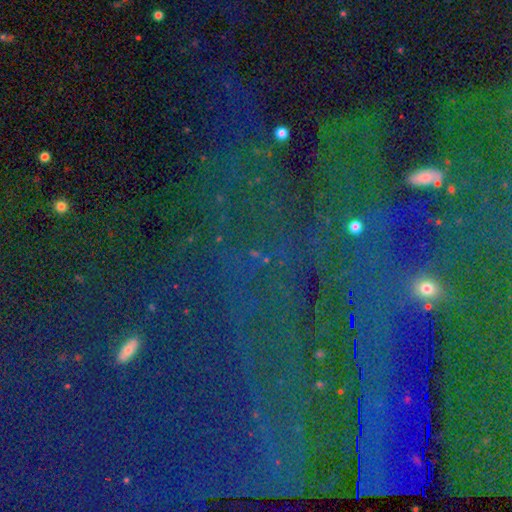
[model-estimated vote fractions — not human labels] Smooth or featured?
  - star or artifact: 85% *
  - smooth: 8%
  - featured or disk: 7%